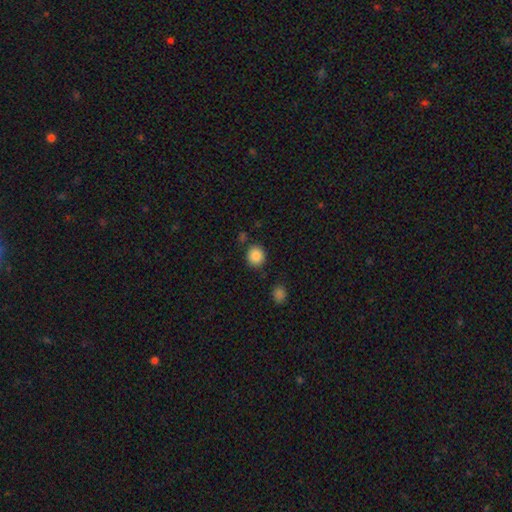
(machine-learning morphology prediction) A smooth galaxy with no disk features (87%) that is round (84%). Merging: none (84%).